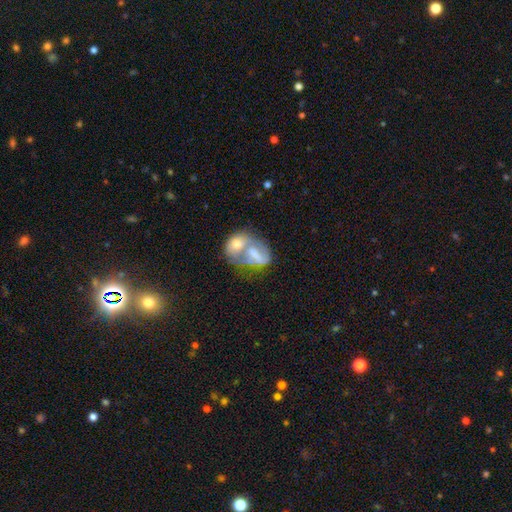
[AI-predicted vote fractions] The model was most divided on "smooth or featured" (2-way tie): smooth: 46%, featured or disk: 46%, star or artifact: 8%. More confident: merging — merger (71%).